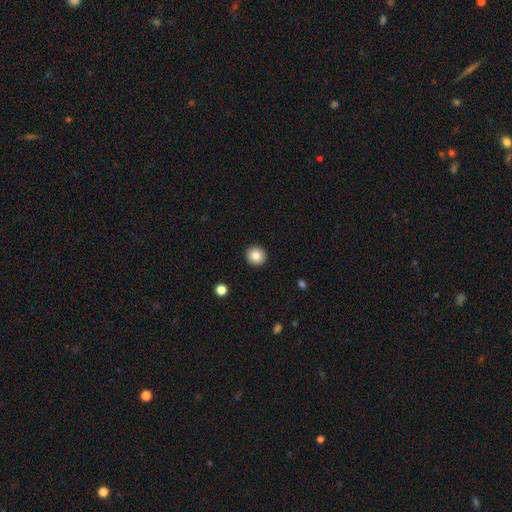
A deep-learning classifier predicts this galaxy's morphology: A smooth galaxy with no disk features (84%) that is round (91%). Merging: none (93%).